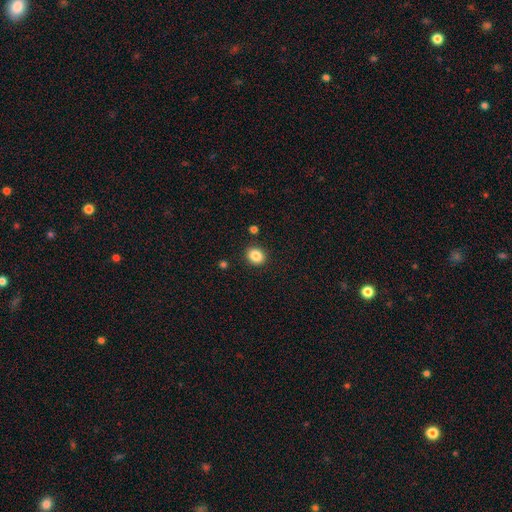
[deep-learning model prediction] smooth-or-featured: smooth: 85% | star or artifact: 10% | featured or disk: 5%
  how-rounded: round: 63% | in between: 36% | cigar-shaped: 1%
  merging: none: 90% | minor disturbance: 6% | merger: 2% | major disturbance: 2%